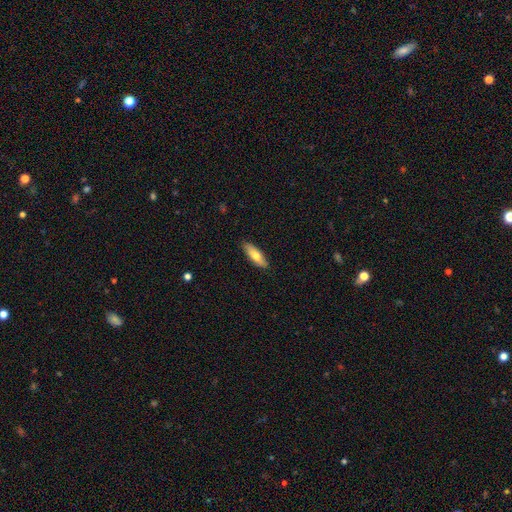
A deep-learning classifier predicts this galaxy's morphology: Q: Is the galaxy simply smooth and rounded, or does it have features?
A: smooth — 71%.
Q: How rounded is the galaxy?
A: in between — 56%.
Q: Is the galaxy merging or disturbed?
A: none — 88%.